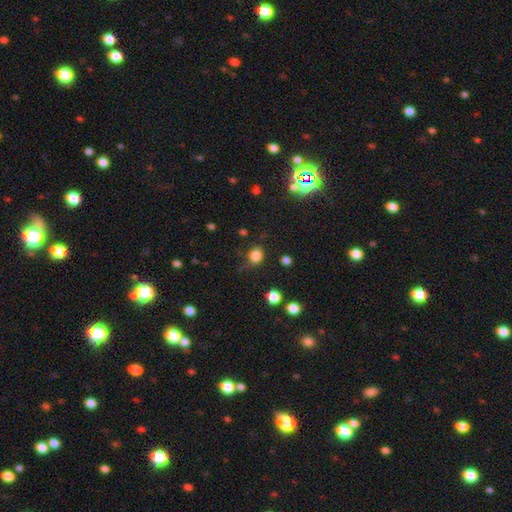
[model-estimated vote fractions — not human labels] Q: Smooth or featured?
A: smooth (81%); runner-up: star or artifact (14%)
Q: How rounded?
A: round (61%); runner-up: in between (38%)
Q: Merging?
A: none (75%); runner-up: minor disturbance (17%)